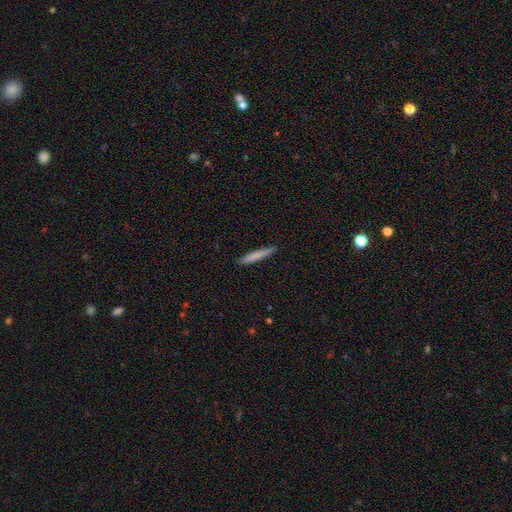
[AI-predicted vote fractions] Morphology: type=smooth (77%); roundness=cigar-shaped (95%); merging=none (90%).